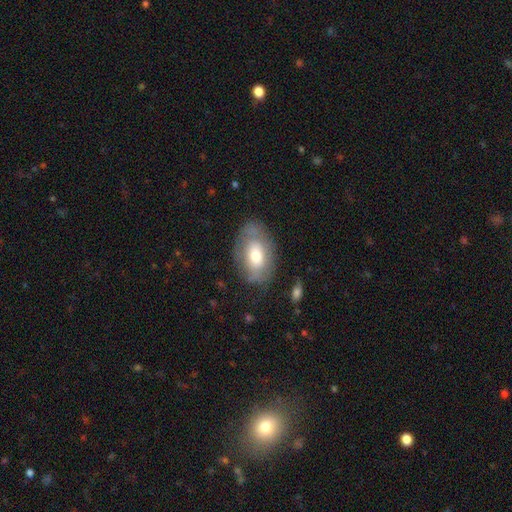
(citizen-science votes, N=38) Q: Smooth or featured?
A: smooth (68%); runner-up: featured or disk (29%)
Q: How rounded?
A: in between (85%); runner-up: round (15%)
Q: Merging?
A: none (65%); runner-up: minor disturbance (30%)